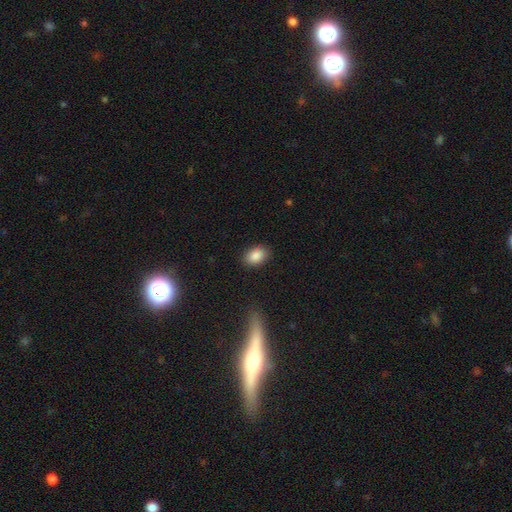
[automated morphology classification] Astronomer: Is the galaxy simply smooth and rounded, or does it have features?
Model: smooth — 87%.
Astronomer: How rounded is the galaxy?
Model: in between — 83%.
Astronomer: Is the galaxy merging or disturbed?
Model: none — 87%.